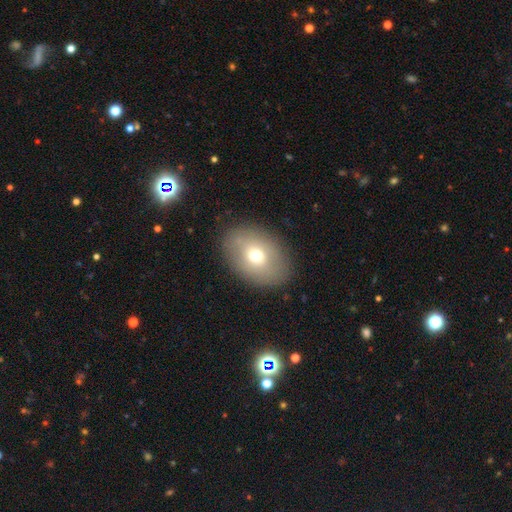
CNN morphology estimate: This is likely a smooth galaxy (65%). How rounded: likely in between (76%). Merging: clearly none (86%).